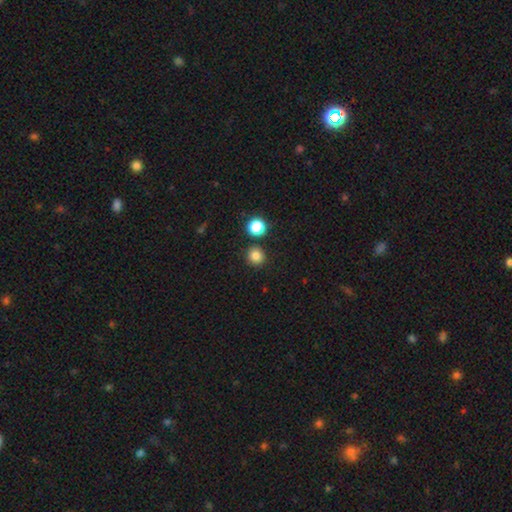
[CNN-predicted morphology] smooth 83%, star or artifact 13%, featured or disk 4%. Down the decision tree: how rounded — round (92%); merging — none (87%).